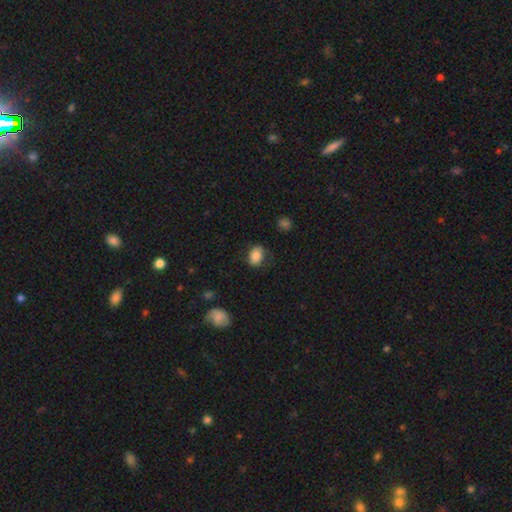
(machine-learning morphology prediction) Smooth or featured? smooth (82%)
How rounded? in between (73%)
Merging? none (73%)